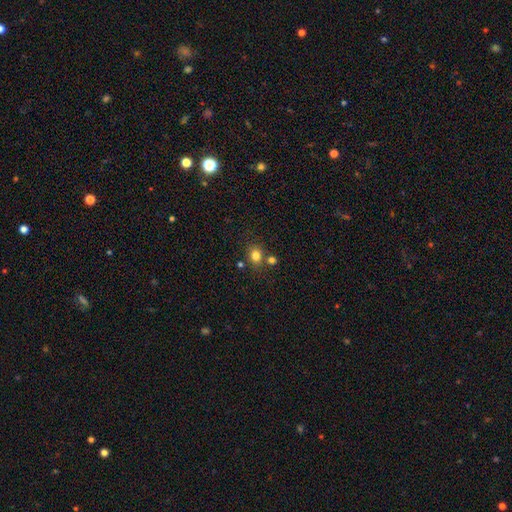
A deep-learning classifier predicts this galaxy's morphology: A smooth galaxy with no disk features (80%) that is round (65%). Merging: none (72%).